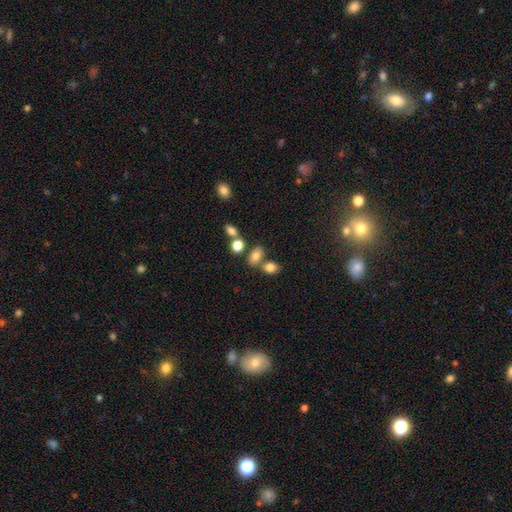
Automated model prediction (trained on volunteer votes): This is likely a smooth galaxy (79%). How rounded: clearly in between (82%). Merging: possibly none (56%).